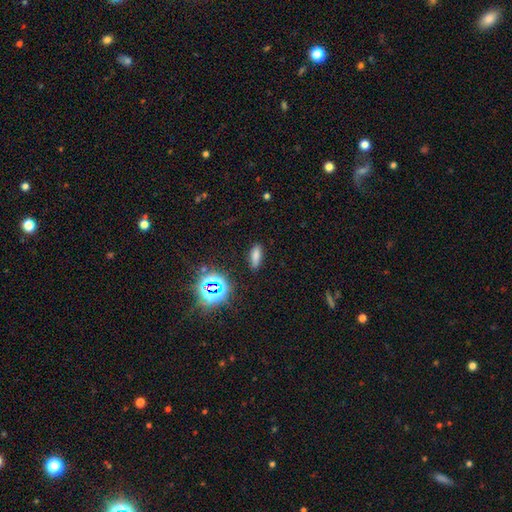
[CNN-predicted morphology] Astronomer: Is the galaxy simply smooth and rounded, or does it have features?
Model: smooth — 72%.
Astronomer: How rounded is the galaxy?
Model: in between — 63%.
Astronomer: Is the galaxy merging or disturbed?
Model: none — 85%.